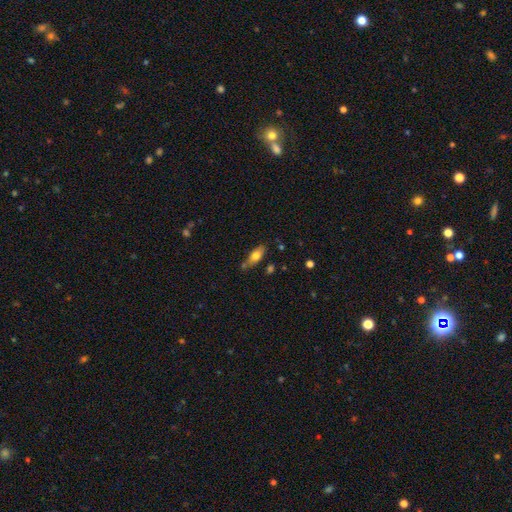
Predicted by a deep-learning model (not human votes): Smooth or featured?
  - smooth: 72% *
  - featured or disk: 21%
  - star or artifact: 7%
How rounded?
  - in between: 78% *
  - cigar-shaped: 19%
  - round: 3%
Merging?
  - none: 67% *
  - minor disturbance: 18%
  - merger: 10%
  - major disturbance: 4%